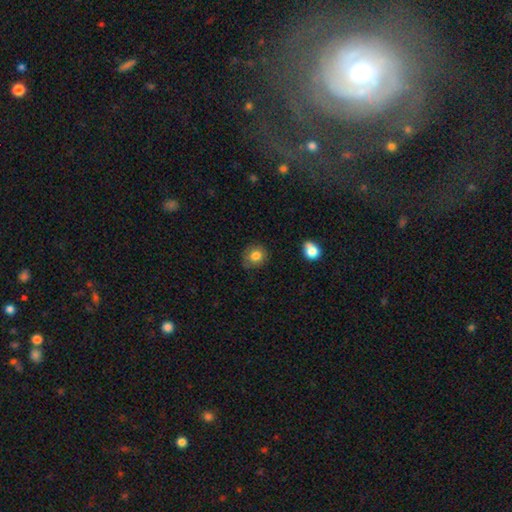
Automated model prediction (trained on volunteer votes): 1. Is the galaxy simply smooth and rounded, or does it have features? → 81% smooth, 10% star or artifact, 9% featured or disk.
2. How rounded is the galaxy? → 82% round, 17% in between, 1% cigar-shaped.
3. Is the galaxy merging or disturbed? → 78% none, 16% minor disturbance, 4% major disturbance, 2% merger.